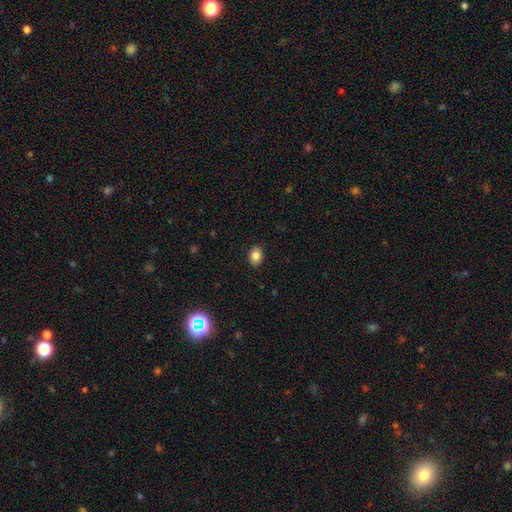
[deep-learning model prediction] Smooth or featured?
  - smooth: 85% *
  - star or artifact: 10%
  - featured or disk: 6%
How rounded?
  - in between: 67% *
  - round: 32%
  - cigar-shaped: 1%
Merging?
  - none: 88% *
  - minor disturbance: 9%
  - major disturbance: 2%
  - merger: 1%